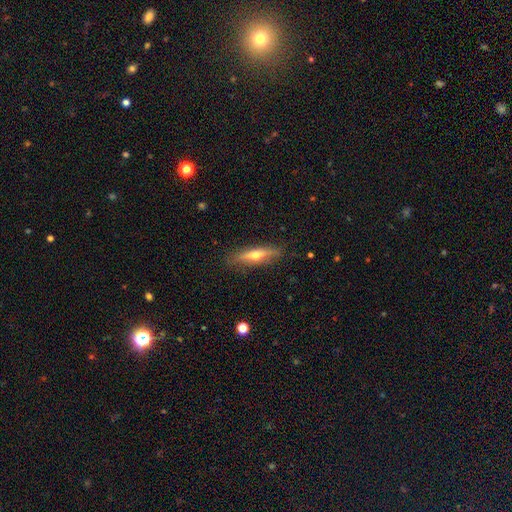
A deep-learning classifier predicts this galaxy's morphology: This appears to be a featured or disk galaxy (54%) viewed edge-on (91%). Merging: none (85%).